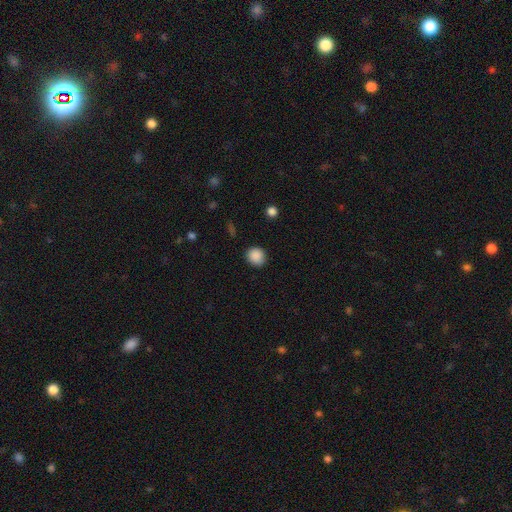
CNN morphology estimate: This is clearly a smooth galaxy (88%). How rounded: likely round (79%). Merging: clearly none (87%).